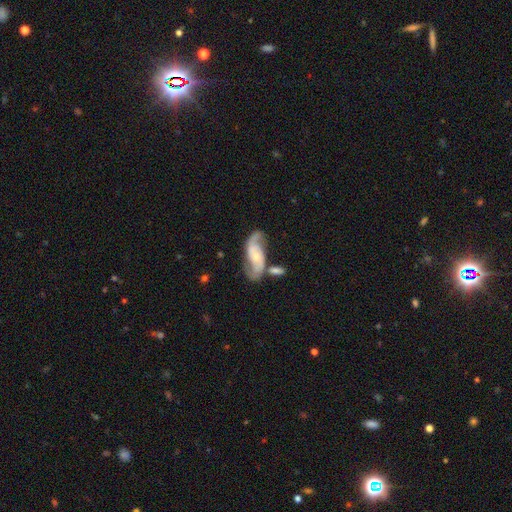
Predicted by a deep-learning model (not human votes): Smooth or featured?
  - featured or disk: 82% *
  - smooth: 13%
  - star or artifact: 5%
Edge-on disk?
  - no: 95% *
  - yes: 5%
Bar?
  - no: 57% *
  - weak: 32%
  - strong: 11%
Spiral arms?
  - yes: 95% *
  - no: 5%
Spiral winding?
  - medium: 48% *
  - loose: 28%
  - tight: 24%
Spiral arm count?
  - 2: 89% *
  - can't tell: 5%
  - 1: 2%
  - 3: 2%
  - 4: 1%
  - more than 4: 1%
Bulge size?
  - small: 56% *
  - moderate: 36%
  - none: 3%
  - large: 3%
  - dominant: 1%
Merging?
  - none: 59% *
  - minor disturbance: 17%
  - merger: 16%
  - major disturbance: 8%